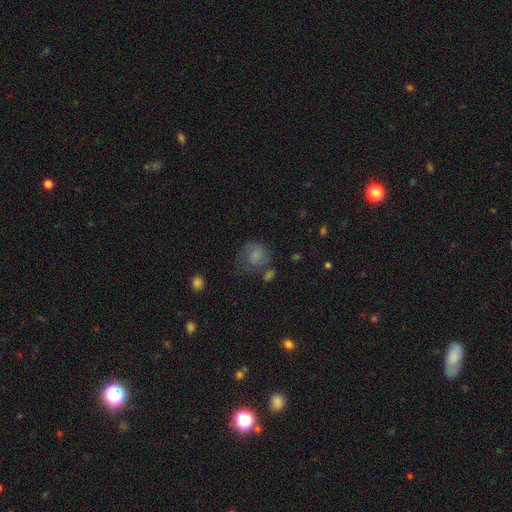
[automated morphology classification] Smooth or featured? smooth (70%)
How rounded? round (71%)
Merging? none (39%)